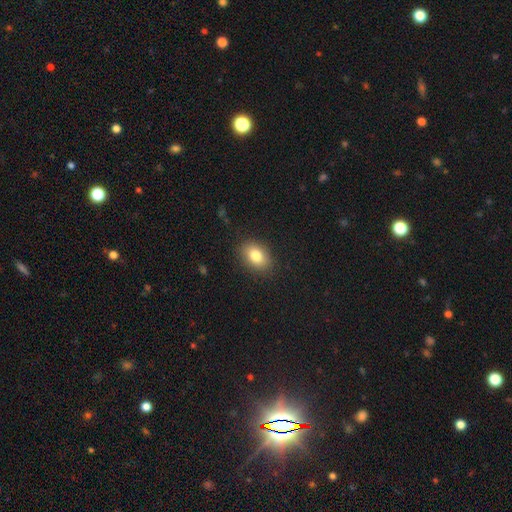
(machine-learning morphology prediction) This is clearly a smooth galaxy (82%). How rounded: likely in between (79%). Merging: clearly none (87%).